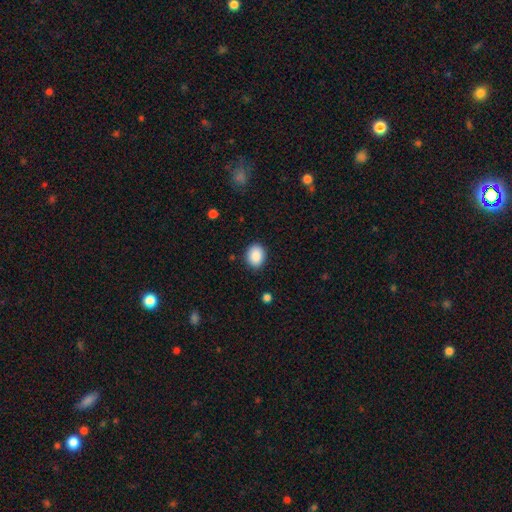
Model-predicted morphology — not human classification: Overall: smooth (89%). How rounded: in between (55%; round 44%). Merging: none (87%).